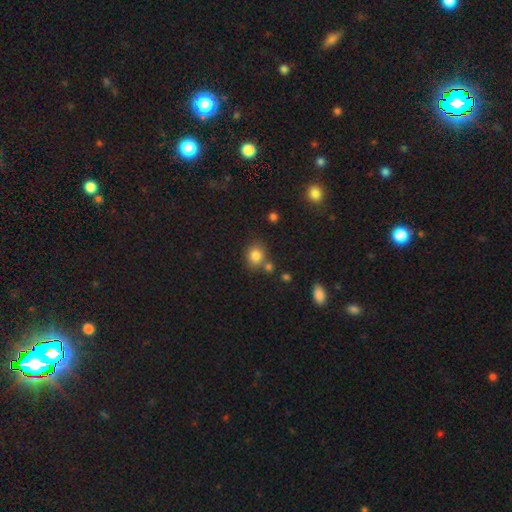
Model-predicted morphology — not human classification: The model was most divided on "how rounded": round: 74%, in between: 25%, cigar-shaped: 1%. More confident: smooth or featured — smooth (82%); merging — none (69%).